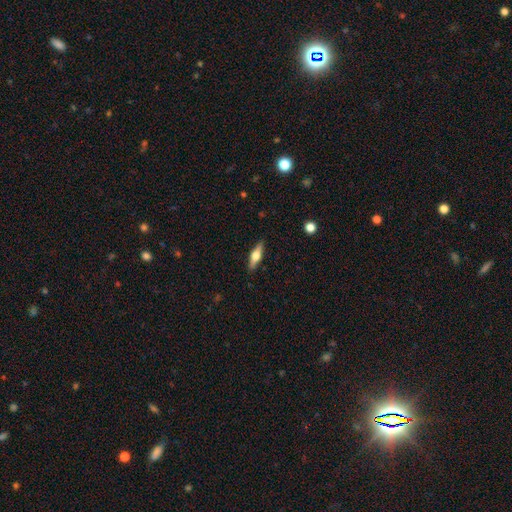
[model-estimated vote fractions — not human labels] smooth-or-featured: featured or disk: 52% | smooth: 42% | star or artifact: 6%
  disk-edge-on: yes: 94% | no: 6%
  merging: none: 89% | minor disturbance: 8% | major disturbance: 2% | merger: 1%